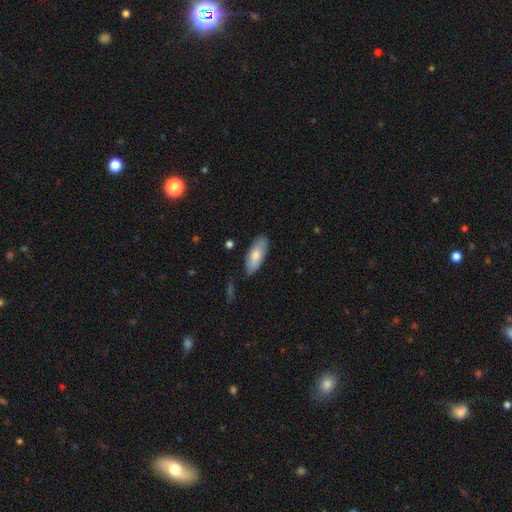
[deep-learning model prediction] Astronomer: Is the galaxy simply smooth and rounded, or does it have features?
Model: smooth — 77%.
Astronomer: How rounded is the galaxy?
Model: in between — 81%.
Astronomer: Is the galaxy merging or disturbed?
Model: none — 82%.